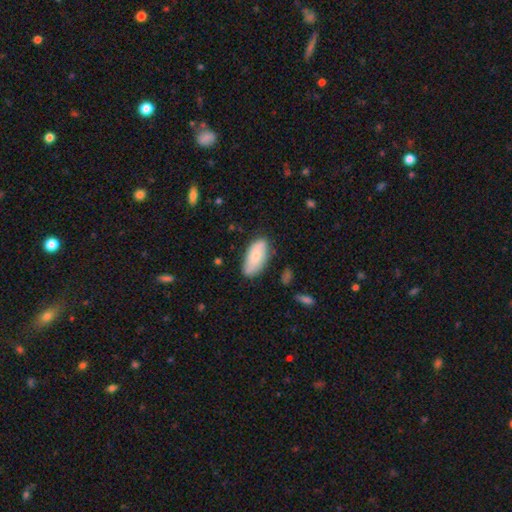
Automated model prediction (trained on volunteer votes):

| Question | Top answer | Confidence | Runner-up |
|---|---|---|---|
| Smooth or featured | smooth | 75% | featured or disk (19%) |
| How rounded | in between | 91% | cigar-shaped (7%) |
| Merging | none | 75% | minor disturbance (19%) |